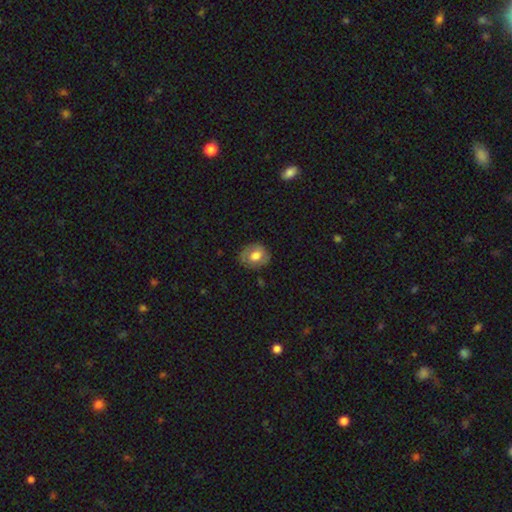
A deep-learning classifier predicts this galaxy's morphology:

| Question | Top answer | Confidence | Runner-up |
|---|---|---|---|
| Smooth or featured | smooth | 61% | featured or disk (31%) |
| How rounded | round | 59% | in between (40%) |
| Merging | none | 77% | minor disturbance (17%) |